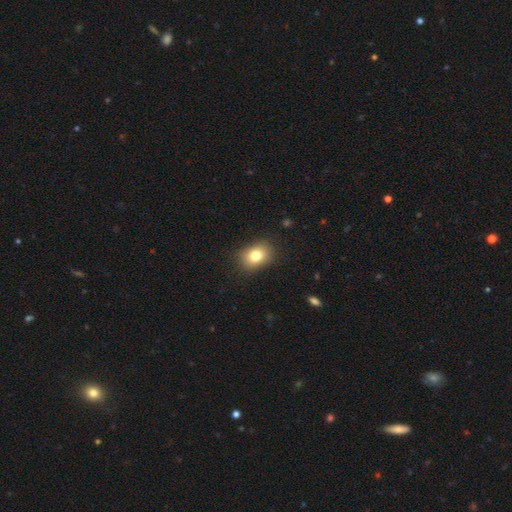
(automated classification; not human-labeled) A smooth galaxy with no disk features (80%) that is in between round and cigar-shaped (62%).

Vote fractions:
- Smooth or featured? smooth: 80% / star or artifact: 10% / featured or disk: 9%
- How rounded? in between: 62% / round: 37% / cigar-shaped: 1%
- Merging? none: 86% / minor disturbance: 10% / major disturbance: 3% / merger: 1%